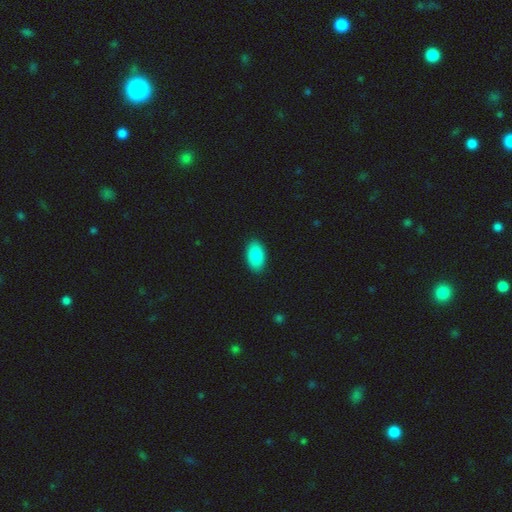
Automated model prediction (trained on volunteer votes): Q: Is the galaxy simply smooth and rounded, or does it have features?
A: smooth — 87%.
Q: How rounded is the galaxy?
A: in between — 94%.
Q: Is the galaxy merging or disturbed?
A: none — 89%.